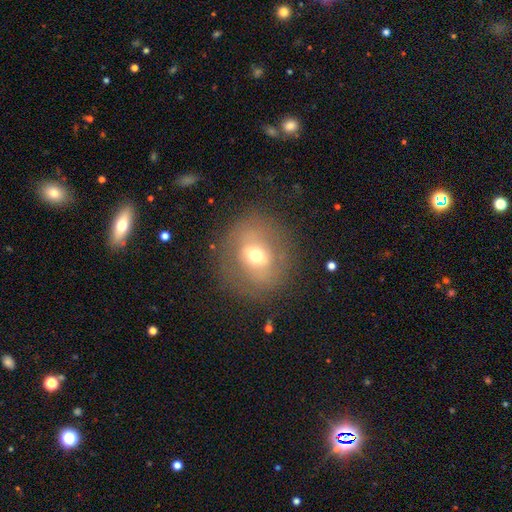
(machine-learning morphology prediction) type=smooth (46%); merging=none (80%).